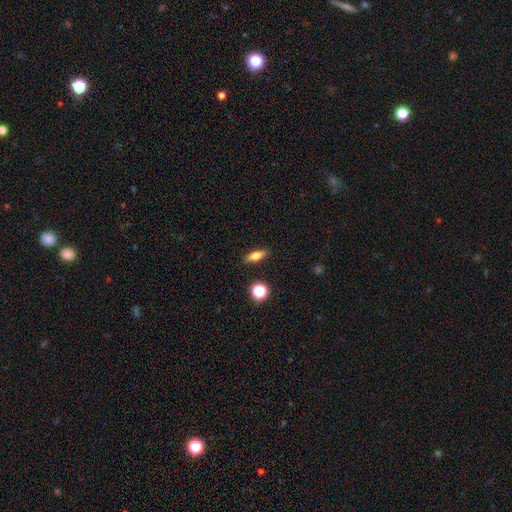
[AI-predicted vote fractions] Smooth or featured: smooth — 70% (featured or disk — 21%)
How rounded: in between — 58% (cigar-shaped — 35%)
Merging: none — 88% (minor disturbance — 8%)